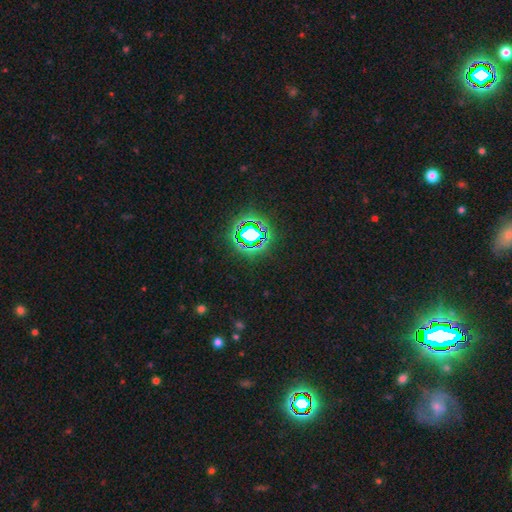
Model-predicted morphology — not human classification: Q: Smooth or featured?
A: star or artifact (80%); runner-up: smooth (13%)